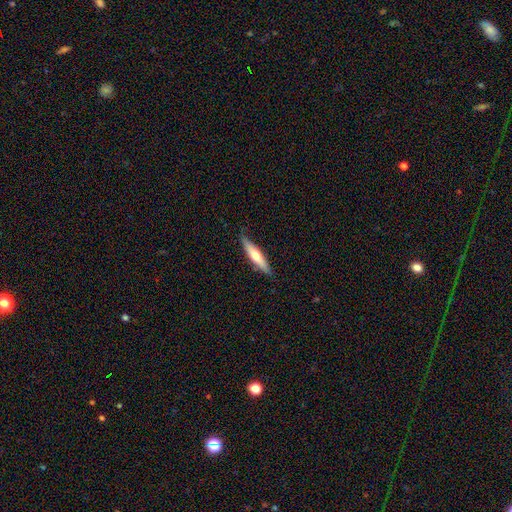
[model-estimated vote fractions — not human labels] This appears to be a smooth galaxy with no disk features (52%) that is cigar-shaped (82%). Merging: none (83%).